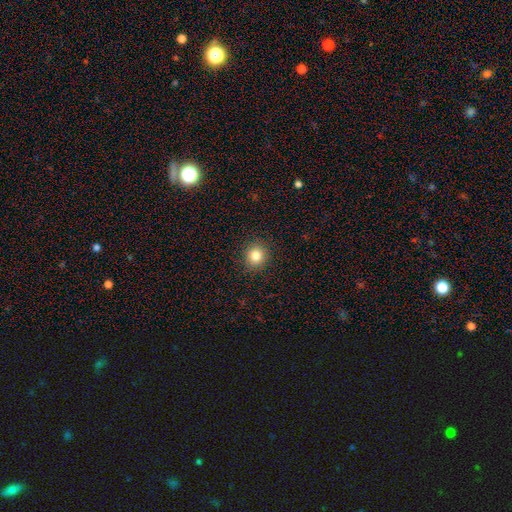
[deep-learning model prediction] A smooth galaxy with no disk features (82%) that is round (90%). Merging: none (91%).